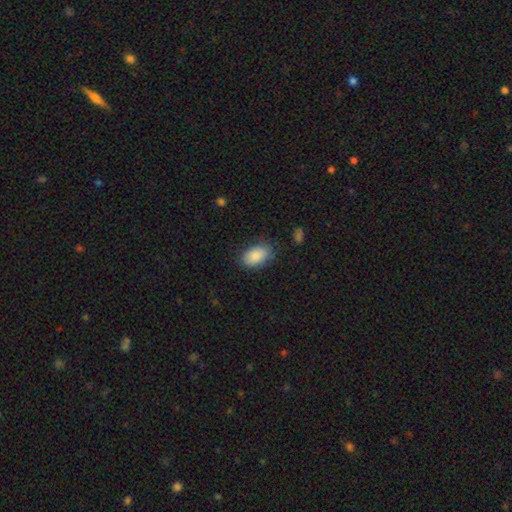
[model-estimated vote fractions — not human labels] This is clearly a smooth galaxy (87%). How rounded: clearly in between (92%). Merging: likely none (75%).